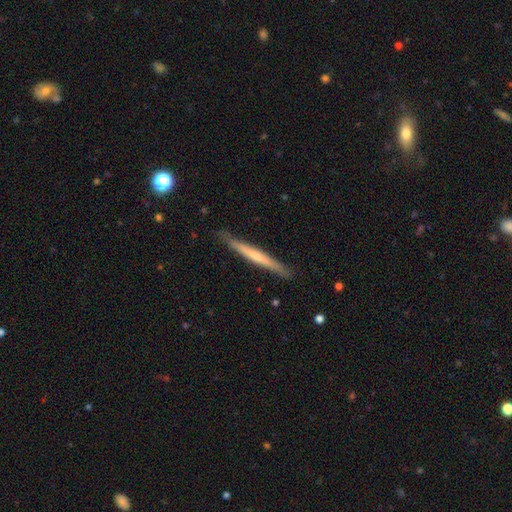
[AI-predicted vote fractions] Smooth or featured? featured or disk (53%)
Edge-on disk? yes (96%)
Edge-on bulge? none (58%)
Merging? none (87%)